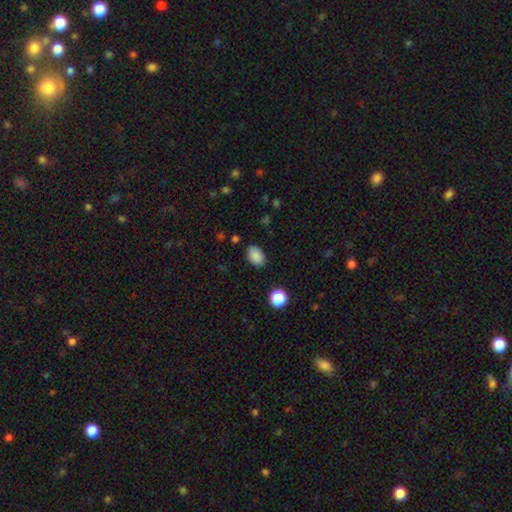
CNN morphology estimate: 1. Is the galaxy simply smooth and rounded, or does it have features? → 87% smooth, 9% star or artifact, 5% featured or disk.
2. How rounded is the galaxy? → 87% in between, 12% round, 1% cigar-shaped.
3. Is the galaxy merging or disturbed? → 84% none, 11% minor disturbance, 3% major disturbance, 2% merger.